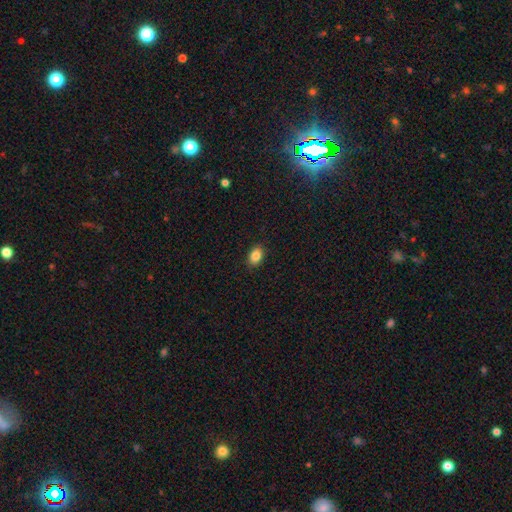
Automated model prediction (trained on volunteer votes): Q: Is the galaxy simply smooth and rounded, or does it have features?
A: smooth — 86%.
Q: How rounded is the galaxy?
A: in between — 82%.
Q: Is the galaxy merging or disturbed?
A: none — 89%.